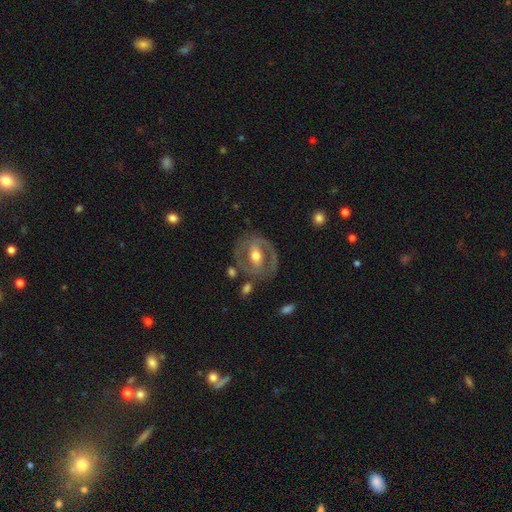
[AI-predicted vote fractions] The model was most divided on "bar": strong: 40%, weak: 37%, no: 23%. Remaining: edge-on disk — no (95%); spiral arm count — 2 (80%); smooth or featured — featured or disk (78%); merging — none (74%); spiral arms — yes (74%); bulge size — moderate (72%); spiral winding — medium (45%).